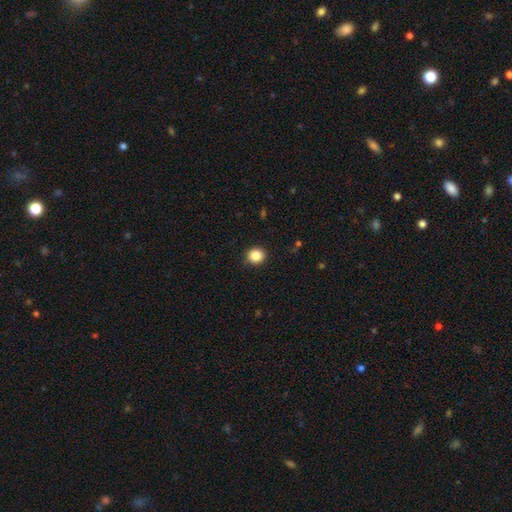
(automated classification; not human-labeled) A smooth galaxy with no disk features (86%) that is round (87%).

Vote fractions:
- Smooth or featured? smooth: 86% / star or artifact: 10% / featured or disk: 4%
- How rounded? round: 87% / in between: 12% / cigar-shaped: 1%
- Merging? none: 90% / minor disturbance: 7% / major disturbance: 2% / merger: 1%